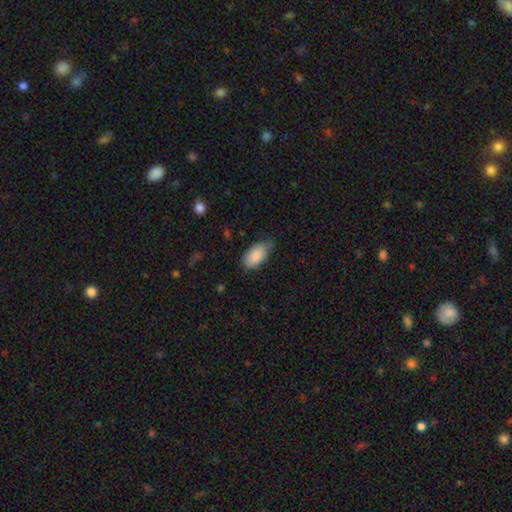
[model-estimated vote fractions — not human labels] Overall: smooth (87%). How rounded: in between (94%). Merging: none (61%; minor disturbance 33%).